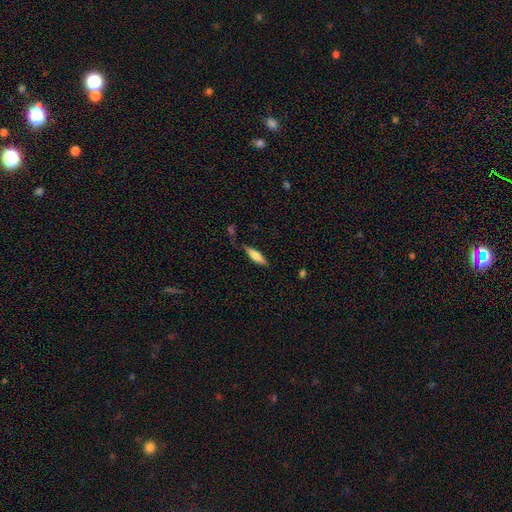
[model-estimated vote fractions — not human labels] This is likely a smooth galaxy (68%). How rounded: likely cigar-shaped (68%). Merging: likely none (67%).